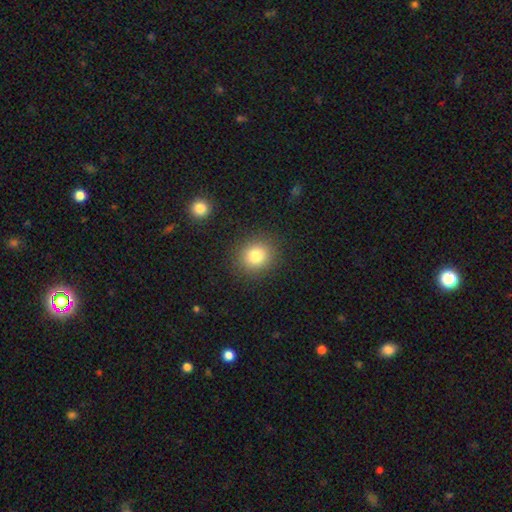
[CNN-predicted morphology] Overall: smooth (81%). How rounded: round (82%). Merging: none (89%).